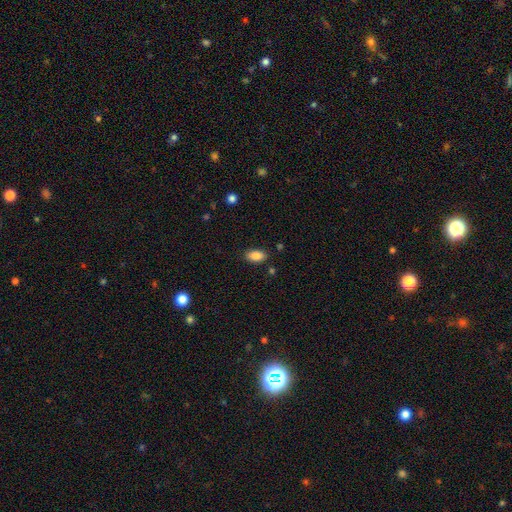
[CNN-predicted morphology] Smooth or featured? Predicted: smooth (p=0.87). How rounded? Predicted: in between (p=0.92). Merging? Predicted: none (p=0.87).